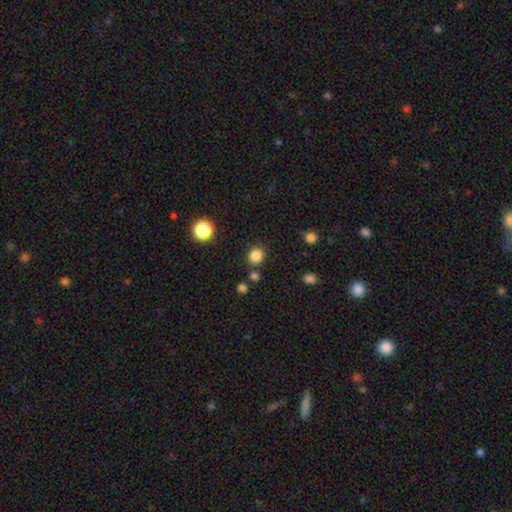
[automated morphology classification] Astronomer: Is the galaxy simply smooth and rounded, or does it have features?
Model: smooth — 83%.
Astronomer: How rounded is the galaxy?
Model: round — 77%.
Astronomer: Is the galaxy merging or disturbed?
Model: none — 84%.